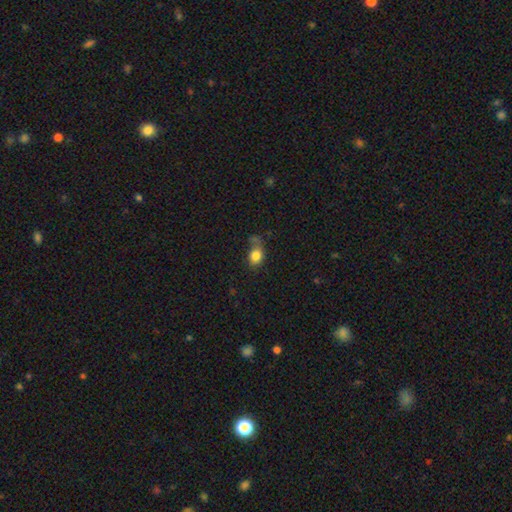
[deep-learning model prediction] Smooth or featured: smooth — 81% (featured or disk — 10%)
How rounded: in between — 59% (round — 39%)
Merging: none — 41% (minor disturbance — 27%)